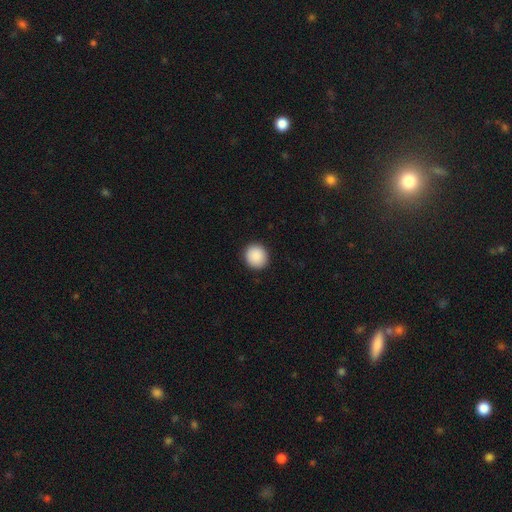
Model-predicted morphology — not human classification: smooth_or_featured: smooth (p=0.90) [alt: star or artifact p=0.07]
how_rounded: round (p=0.90) [alt: in between p=0.10]
merging: none (p=0.92) [alt: minor disturbance p=0.05]